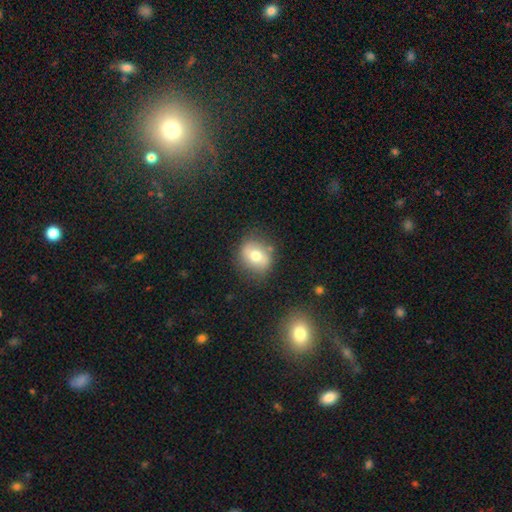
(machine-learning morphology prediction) Smooth or featured: smooth — 62% (featured or disk — 28%)
How rounded: round — 66% (in between — 33%)
Merging: none — 75% (minor disturbance — 17%)